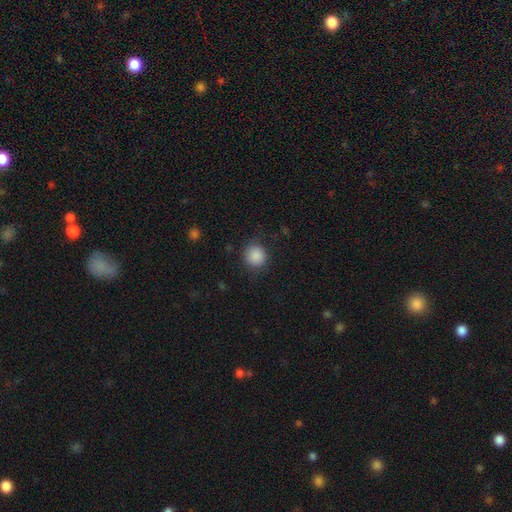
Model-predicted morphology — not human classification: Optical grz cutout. It shows a smooth galaxy with no disk features (88%) that is round (91%). Merging: none (84%).